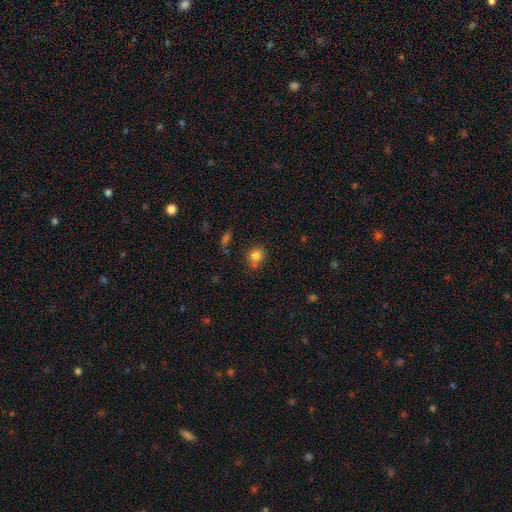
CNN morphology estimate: A smooth galaxy with no disk features (82%) that is round (81%). Merging: none (66%).